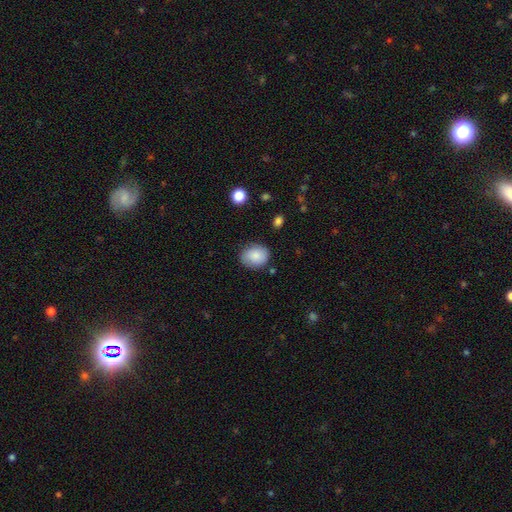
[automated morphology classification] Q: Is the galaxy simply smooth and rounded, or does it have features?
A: smooth — 84%.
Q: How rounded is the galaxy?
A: round — 58%.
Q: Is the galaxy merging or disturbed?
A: none — 82%.